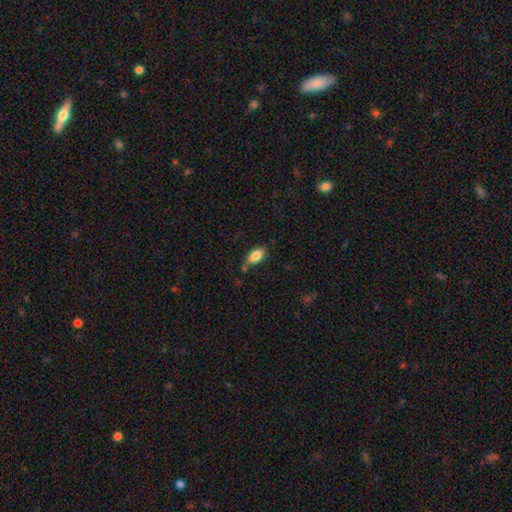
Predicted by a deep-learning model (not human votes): smooth 85%, star or artifact 7%, featured or disk 7%. Down the decision tree: how rounded — in between (92%); merging — none (67%).